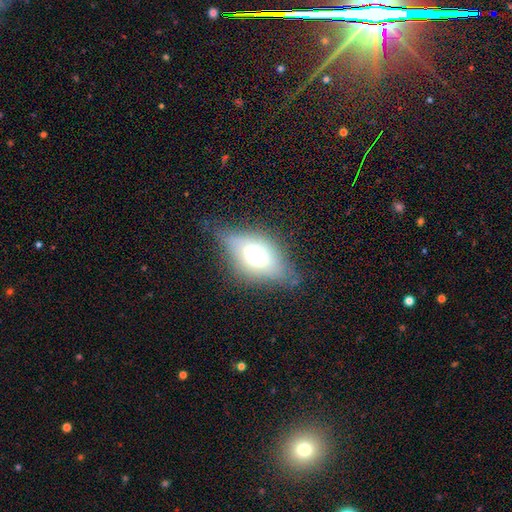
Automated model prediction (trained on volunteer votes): Q: Smooth or featured?
A: smooth (48%); runner-up: featured or disk (36%)
Q: Merging?
A: none (71%); runner-up: minor disturbance (17%)